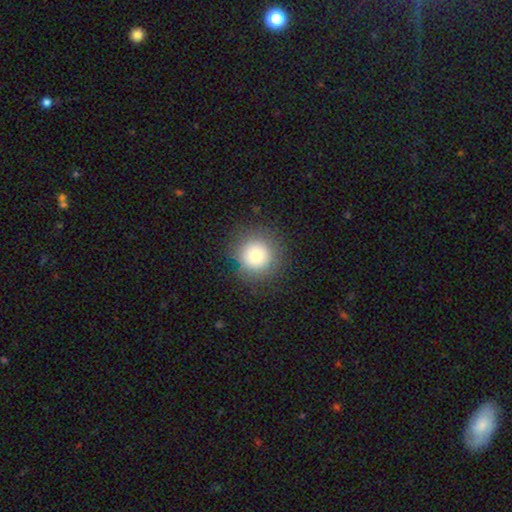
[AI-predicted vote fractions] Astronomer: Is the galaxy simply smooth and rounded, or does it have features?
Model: smooth — 76%.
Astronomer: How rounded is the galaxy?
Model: round — 95%.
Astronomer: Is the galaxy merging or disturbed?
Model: none — 86%.